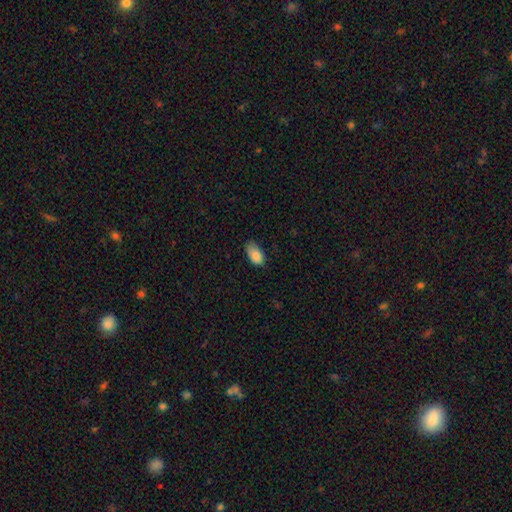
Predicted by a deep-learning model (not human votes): Smooth or featured?
  - smooth: 86% *
  - star or artifact: 8%
  - featured or disk: 7%
How rounded?
  - in between: 93% *
  - round: 4%
  - cigar-shaped: 3%
Merging?
  - none: 58% *
  - minor disturbance: 33%
  - major disturbance: 7%
  - merger: 1%